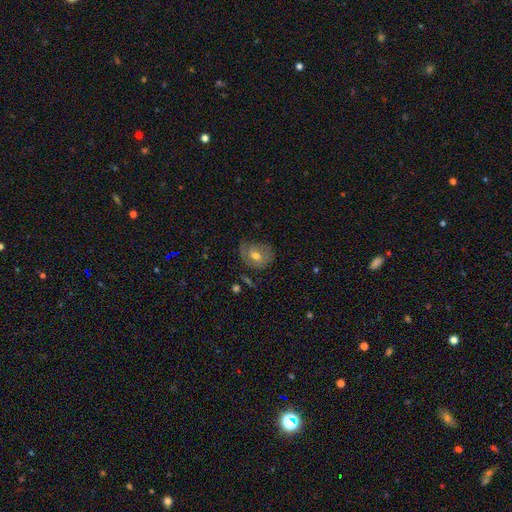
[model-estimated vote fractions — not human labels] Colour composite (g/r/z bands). It shows a smooth galaxy with no disk features (57%) that is in between round and cigar-shaped (51%). Merging: none (60%).